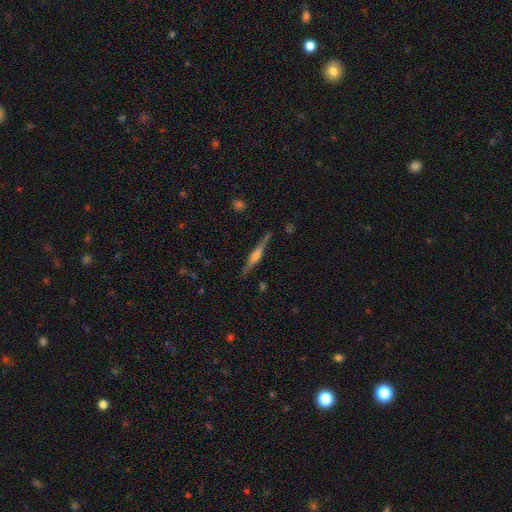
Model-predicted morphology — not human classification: smooth_or_featured: featured or disk (p=0.73) [alt: smooth p=0.20]
disk_edge_on: yes (p=0.98) [alt: no p=0.02]
edge_on_bulge: rounded (p=0.73) [alt: boxy p=0.19]
merging: none (p=0.86) [alt: minor disturbance p=0.10]